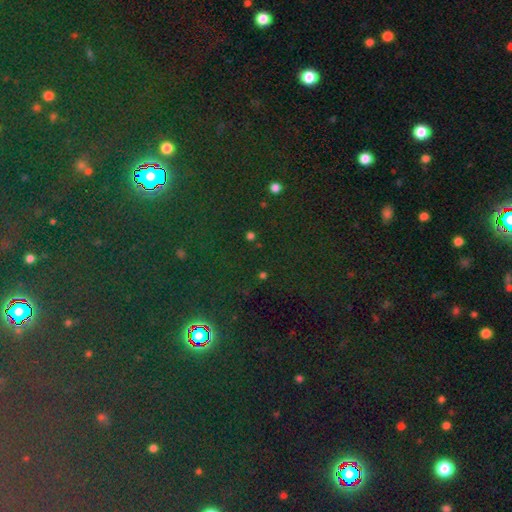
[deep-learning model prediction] Smooth or featured? star or artifact (81%)